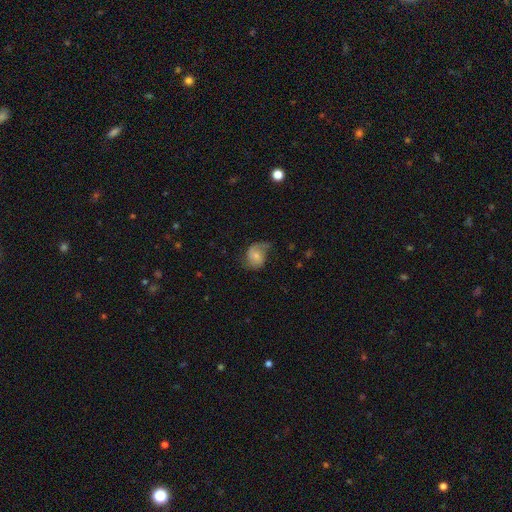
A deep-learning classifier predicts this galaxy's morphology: smooth_or_featured: featured or disk (p=0.52) [alt: smooth p=0.40]
disk_edge_on: no (p=0.97) [alt: yes p=0.03]
bar: no (p=0.59) [alt: weak p=0.33]
has_spiral_arms: yes (p=0.86) [alt: no p=0.14]
bulge_size: small (p=0.54) [alt: moderate p=0.34]
merging: none (p=0.51) [alt: minor disturbance p=0.30]